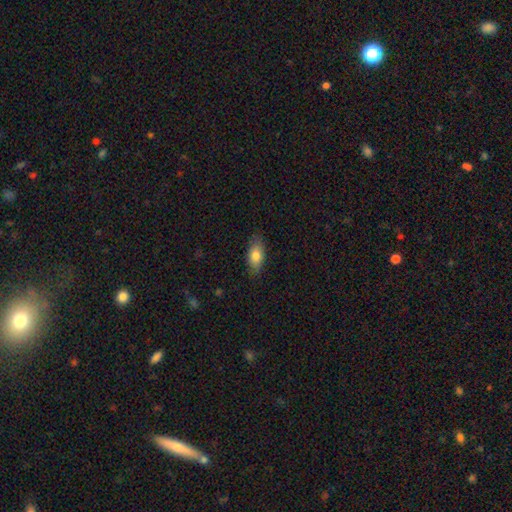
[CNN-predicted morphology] A smooth galaxy with no disk features (78%) that is in between round and cigar-shaped (85%). Merging: none (84%).